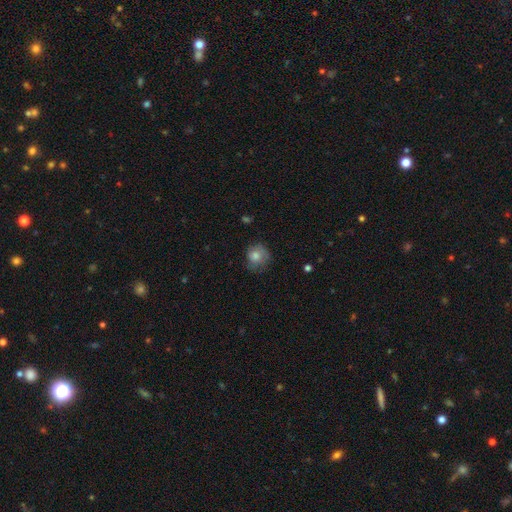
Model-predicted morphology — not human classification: This is likely a smooth galaxy (77%). How rounded: clearly round (80%). Merging: possibly none (59%).